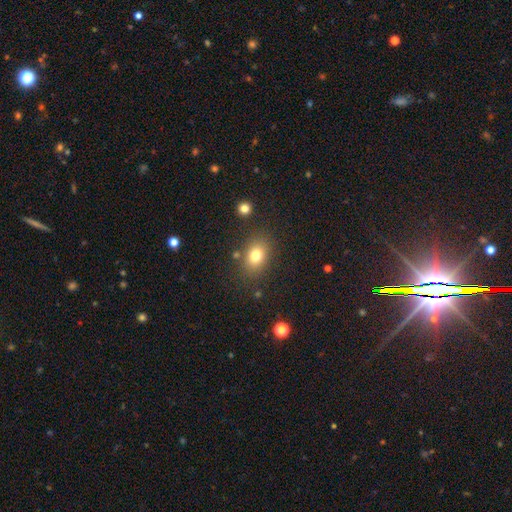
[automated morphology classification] A smooth galaxy with no disk features (78%) that is in between round and cigar-shaped (66%).

Vote fractions:
- Smooth or featured? smooth: 78% / star or artifact: 12% / featured or disk: 10%
- How rounded? in between: 66% / round: 32% / cigar-shaped: 1%
- Merging? none: 81% / minor disturbance: 11% / merger: 4% / major disturbance: 4%